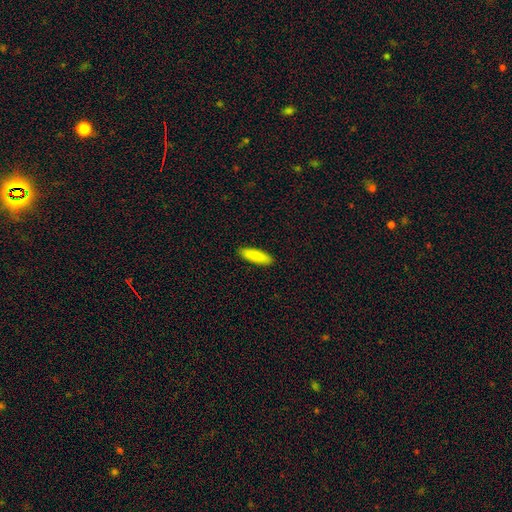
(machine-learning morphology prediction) Smooth or featured? Predicted: smooth (p=0.87). How rounded? Predicted: cigar-shaped (p=0.53). Merging? Predicted: none (p=0.91).